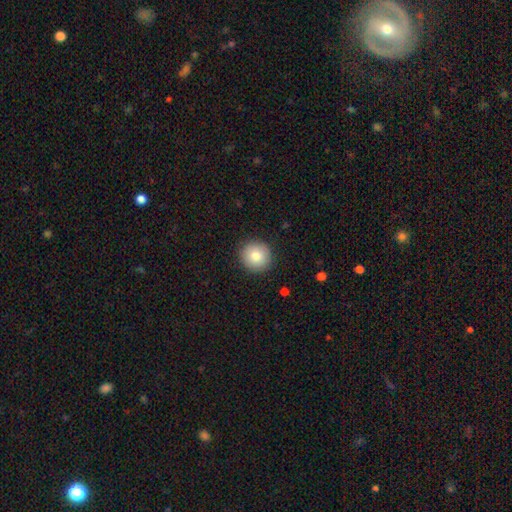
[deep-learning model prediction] Q: Smooth or featured?
A: smooth (83%); runner-up: featured or disk (9%)
Q: How rounded?
A: round (94%); runner-up: in between (5%)
Q: Merging?
A: none (91%); runner-up: minor disturbance (6%)